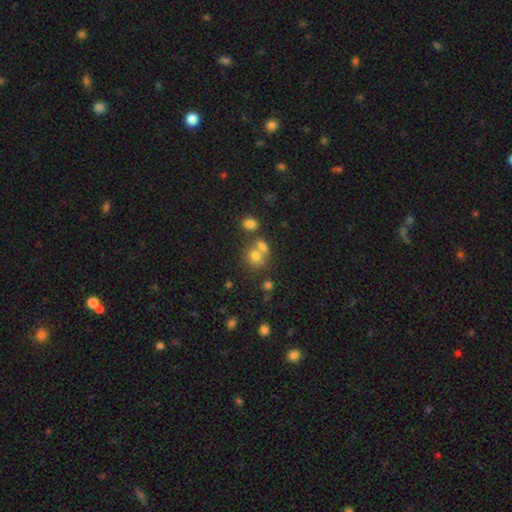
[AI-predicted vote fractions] smooth-or-featured: smooth: 73% | star or artifact: 15% | featured or disk: 13%
  how-rounded: round: 69% | in between: 30% | cigar-shaped: 1%
  merging: merger: 44% | none: 41% | minor disturbance: 10% | major disturbance: 5%